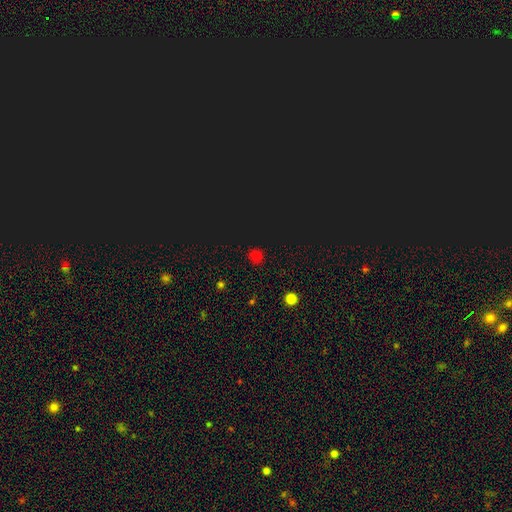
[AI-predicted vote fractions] Q: Smooth or featured?
A: smooth (53%); runner-up: star or artifact (42%)
Q: How rounded?
A: round (87%); runner-up: in between (11%)
Q: Merging?
A: none (87%); runner-up: minor disturbance (9%)